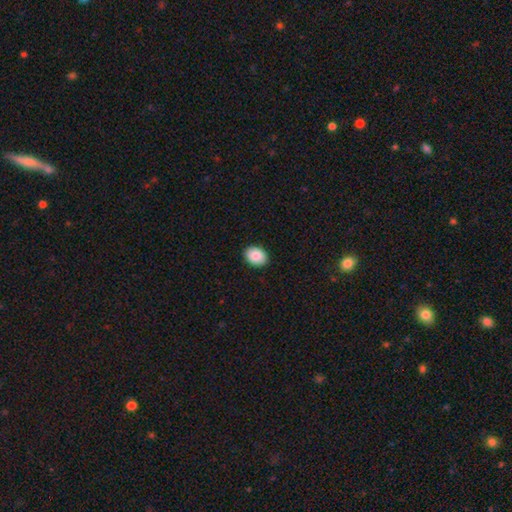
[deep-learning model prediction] Smooth or featured? smooth (88%)
How rounded? in between (69%)
Merging? none (91%)